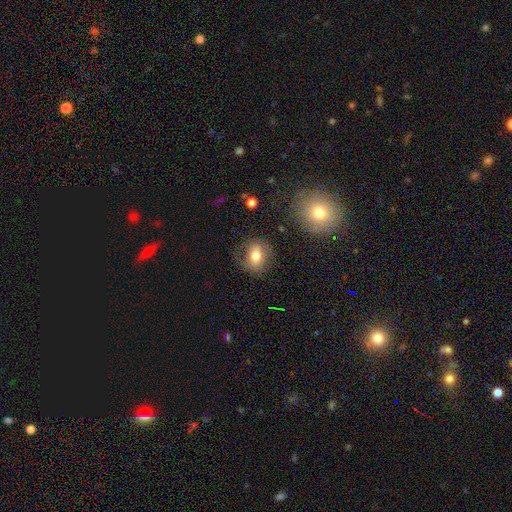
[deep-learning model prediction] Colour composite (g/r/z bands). It shows a smooth galaxy with no disk features (69%) that is in between round and cigar-shaped (55%). Merging: none (78%).